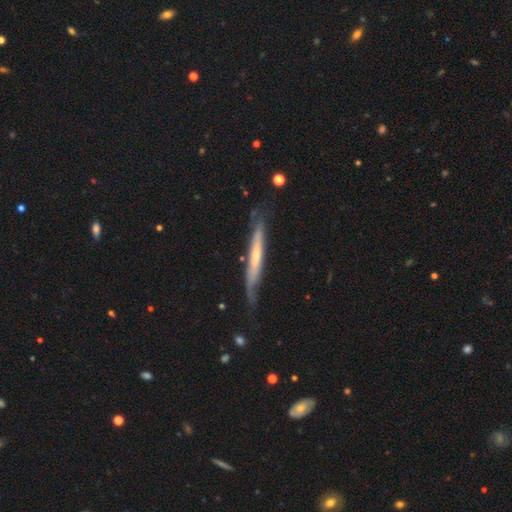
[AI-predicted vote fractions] Smooth or featured?
  - featured or disk: 62% *
  - smooth: 33%
  - star or artifact: 6%
Edge-on disk?
  - yes: 79% *
  - no: 21%
Merging?
  - none: 64% *
  - minor disturbance: 25%
  - major disturbance: 8%
  - merger: 2%